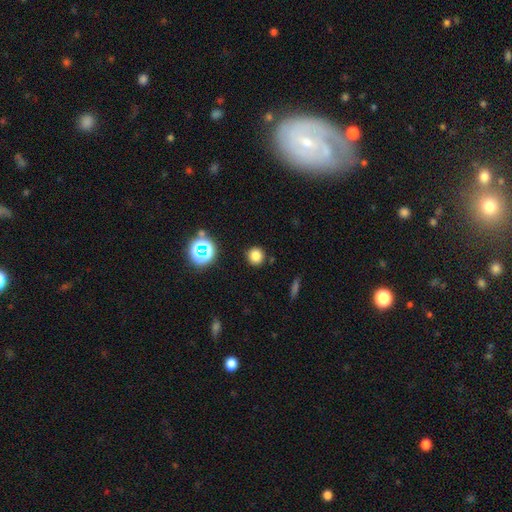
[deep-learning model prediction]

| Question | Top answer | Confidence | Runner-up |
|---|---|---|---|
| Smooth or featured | smooth | 78% | star or artifact (16%) |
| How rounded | round | 91% | in between (8%) |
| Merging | none | 89% | minor disturbance (6%) |